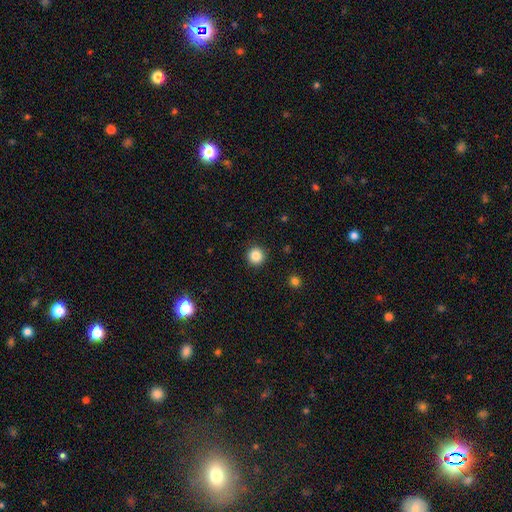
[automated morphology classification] A smooth galaxy with no disk features (85%) that is round (95%). Merging: none (92%).